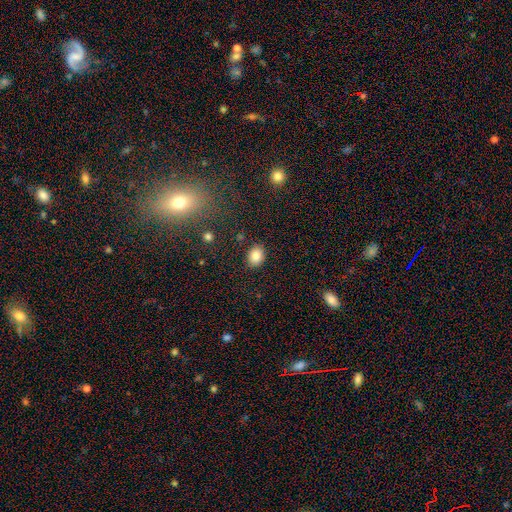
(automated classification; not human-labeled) Smooth or featured?
  - smooth: 83% *
  - star or artifact: 9%
  - featured or disk: 7%
How rounded?
  - in between: 63% *
  - round: 36%
  - cigar-shaped: 1%
Merging?
  - none: 87% *
  - minor disturbance: 9%
  - major disturbance: 2%
  - merger: 2%